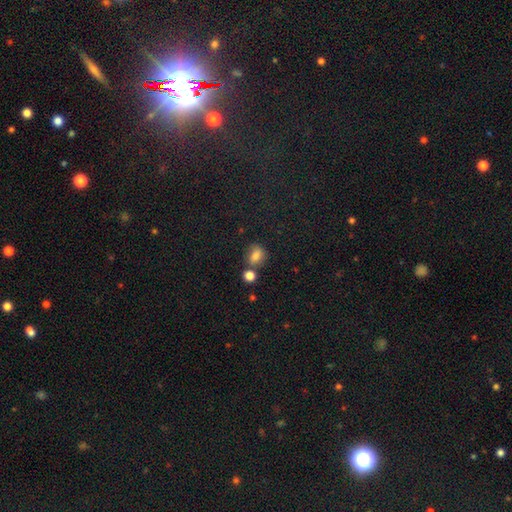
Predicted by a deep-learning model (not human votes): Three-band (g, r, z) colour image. It shows a smooth galaxy with no disk features (78%) that is in between round and cigar-shaped (56%). Merging: none (59%).